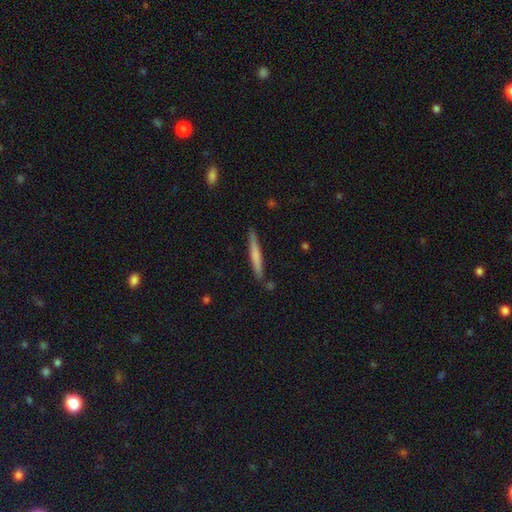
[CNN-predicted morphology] smooth_or_featured: smooth (p=0.61) [alt: featured or disk p=0.34]
how_rounded: cigar-shaped (p=0.96) [alt: in between p=0.03]
merging: none (p=0.86) [alt: minor disturbance p=0.09]